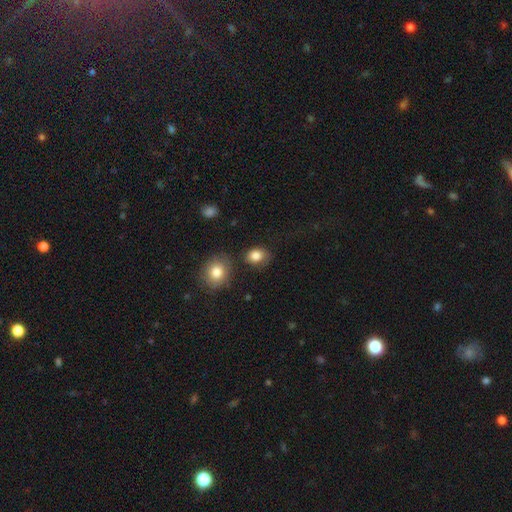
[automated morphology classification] smooth 83%, star or artifact 9%, featured or disk 8%. Down the decision tree: how rounded — in between (52%); merging — none (72%).